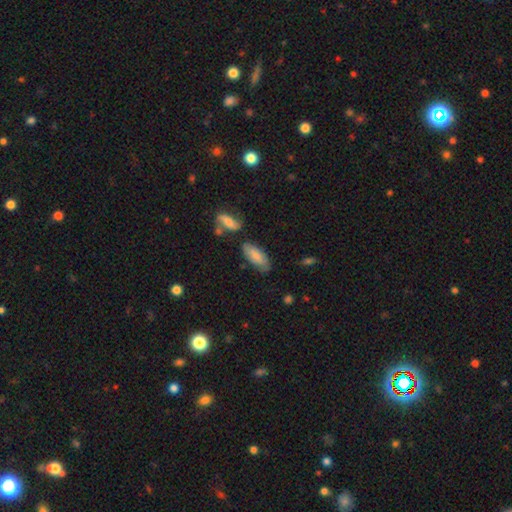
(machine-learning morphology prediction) The model was most divided on "merging": none: 69%, minor disturbance: 19%, merger: 6%, major disturbance: 5%. More confident: how rounded — in between (83%); smooth or featured — smooth (73%).